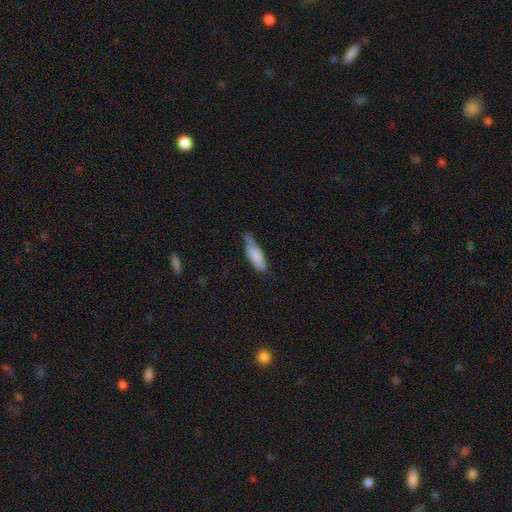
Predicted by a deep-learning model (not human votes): Smooth or featured?
  - smooth: 80% *
  - featured or disk: 14%
  - star or artifact: 6%
How rounded?
  - in between: 54% *
  - cigar-shaped: 44%
  - round: 2%
Merging?
  - minor disturbance: 43% *
  - none: 42%
  - major disturbance: 12%
  - merger: 3%